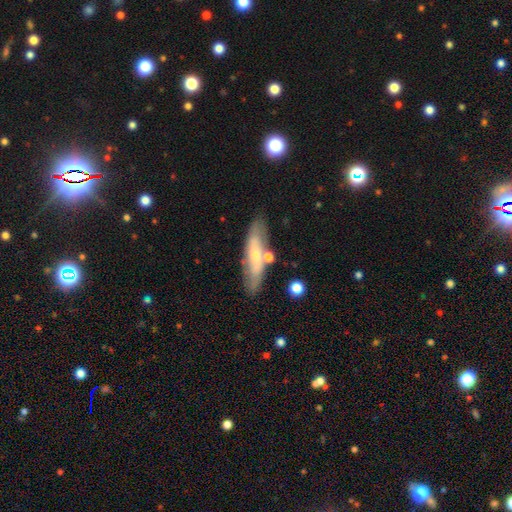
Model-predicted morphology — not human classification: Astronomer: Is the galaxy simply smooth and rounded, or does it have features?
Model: featured or disk — 48% (runner-up: smooth, 45%).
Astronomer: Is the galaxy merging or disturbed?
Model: none — 71%.